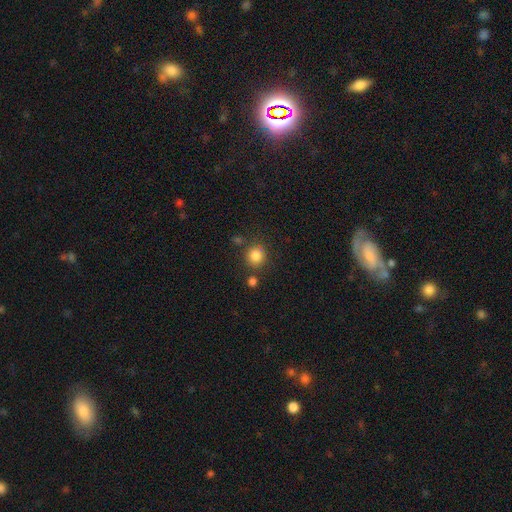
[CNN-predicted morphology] Smooth or featured? Predicted: smooth (p=0.83). How rounded? Predicted: round (p=0.88). Merging? Predicted: none (p=0.78).